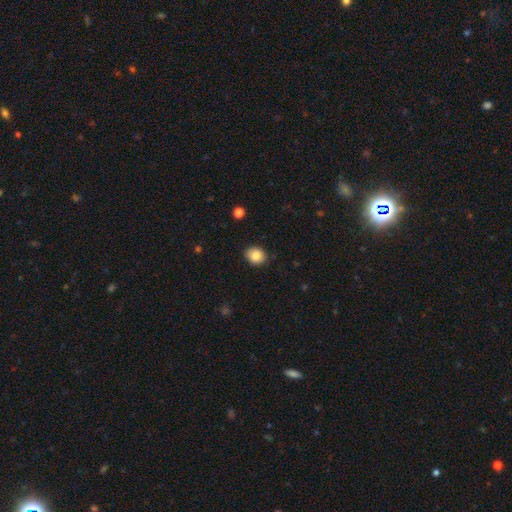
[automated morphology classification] This is clearly a smooth galaxy (86%). How rounded: likely round (64%). Merging: clearly none (87%).